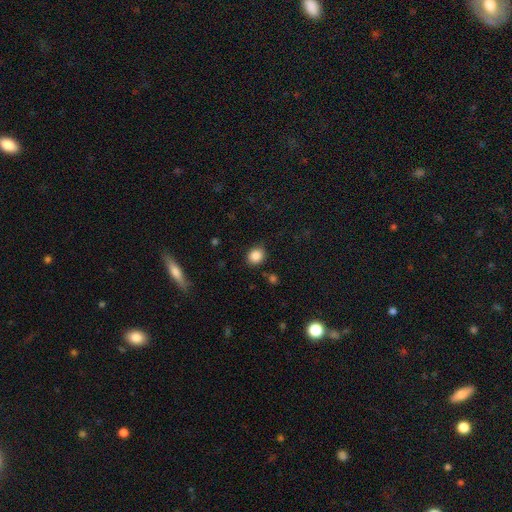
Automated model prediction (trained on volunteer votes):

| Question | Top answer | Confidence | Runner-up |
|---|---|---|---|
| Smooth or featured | smooth | 86% | star or artifact (10%) |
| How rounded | round | 67% | in between (32%) |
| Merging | none | 85% | minor disturbance (10%) |